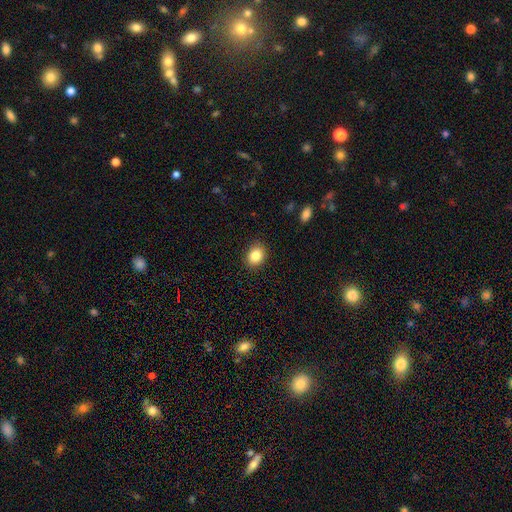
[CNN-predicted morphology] smooth-or-featured: smooth: 85% | star or artifact: 9% | featured or disk: 6%
  how-rounded: in between: 55% | round: 44% | cigar-shaped: 1%
  merging: none: 89% | minor disturbance: 8% | major disturbance: 2% | merger: 1%